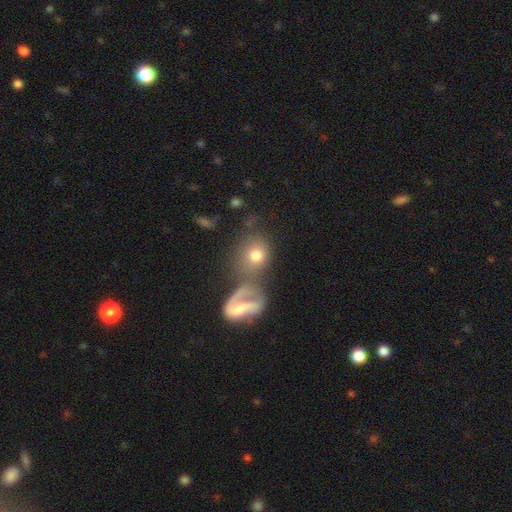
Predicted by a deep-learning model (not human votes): Q: Smooth or featured?
A: smooth (68%); runner-up: featured or disk (21%)
Q: How rounded?
A: round (65%); runner-up: in between (33%)
Q: Merging?
A: merger (43%); runner-up: none (35%)